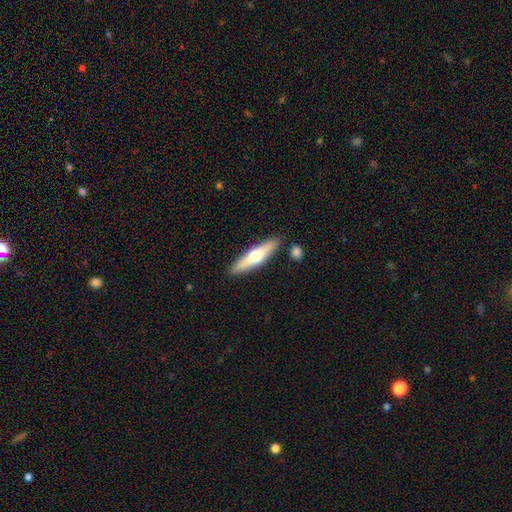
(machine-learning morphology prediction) Q: Smooth or featured?
A: smooth (49%); runner-up: featured or disk (46%)
Q: Merging?
A: none (85%); runner-up: minor disturbance (9%)